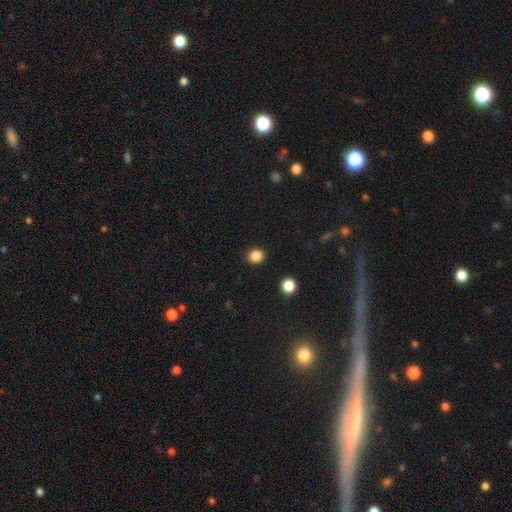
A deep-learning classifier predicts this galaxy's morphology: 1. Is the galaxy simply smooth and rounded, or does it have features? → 85% smooth, 12% star or artifact, 3% featured or disk.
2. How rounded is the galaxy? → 86% round, 13% in between, 1% cigar-shaped.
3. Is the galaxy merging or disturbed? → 91% none, 5% minor disturbance, 2% major disturbance, 1% merger.